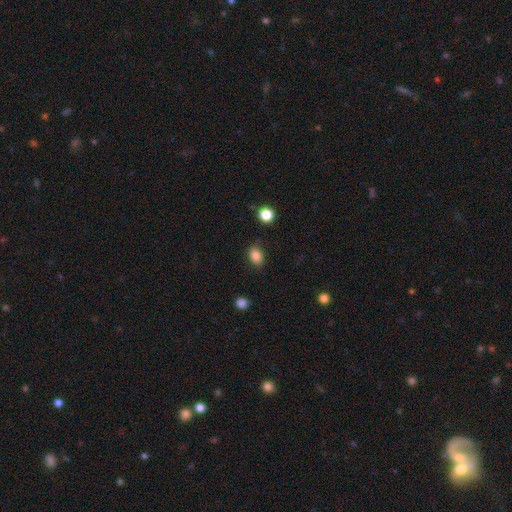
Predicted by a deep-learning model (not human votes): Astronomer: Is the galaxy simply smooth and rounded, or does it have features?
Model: smooth — 85%.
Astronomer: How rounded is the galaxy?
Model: in between — 66%.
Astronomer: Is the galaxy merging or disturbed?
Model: none — 82%.